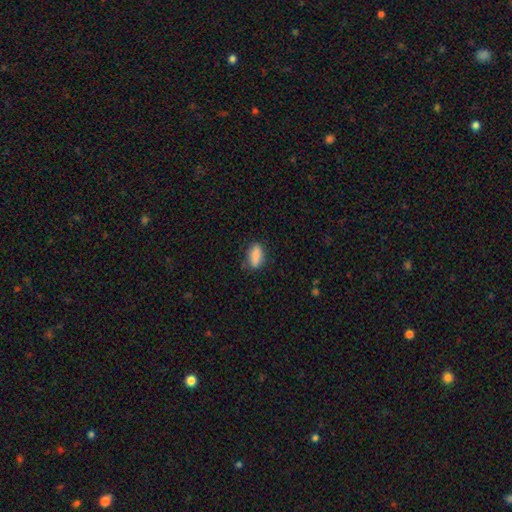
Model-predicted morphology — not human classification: Overall: smooth (85%). How rounded: in between (73%). Merging: none (76%).